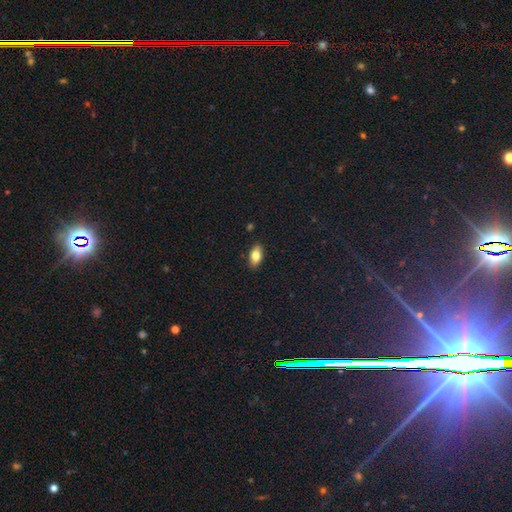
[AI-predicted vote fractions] A smooth galaxy with no disk features (80%) that is in between round and cigar-shaped (90%).

Vote fractions:
- Smooth or featured? smooth: 80% / featured or disk: 12% / star or artifact: 8%
- How rounded? in between: 90% / cigar-shaped: 5% / round: 5%
- Merging? none: 87% / minor disturbance: 10% / major disturbance: 2% / merger: 1%